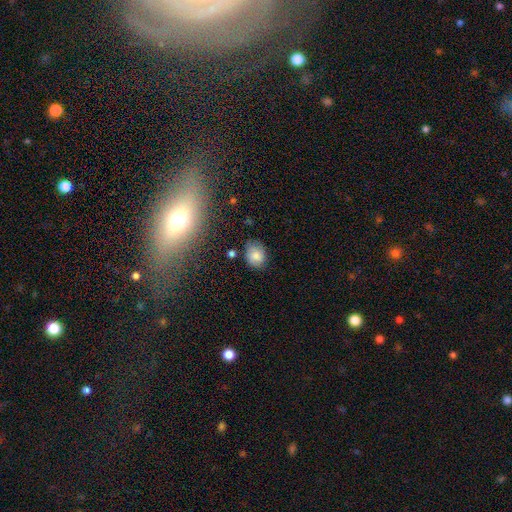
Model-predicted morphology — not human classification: type=smooth (79%); roundness=in between (57%); merging=none (72%).